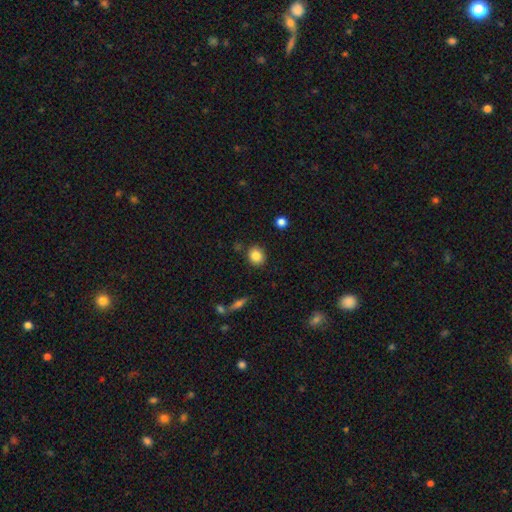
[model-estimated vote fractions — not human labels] Overall: smooth (84%). How rounded: round (74%). Merging: none (86%).